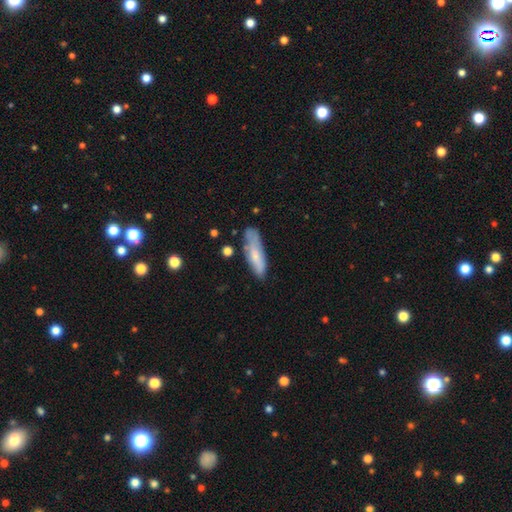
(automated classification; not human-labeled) Morphology: type=smooth (68%); roundness=cigar-shaped (57%); merging=none (57%).